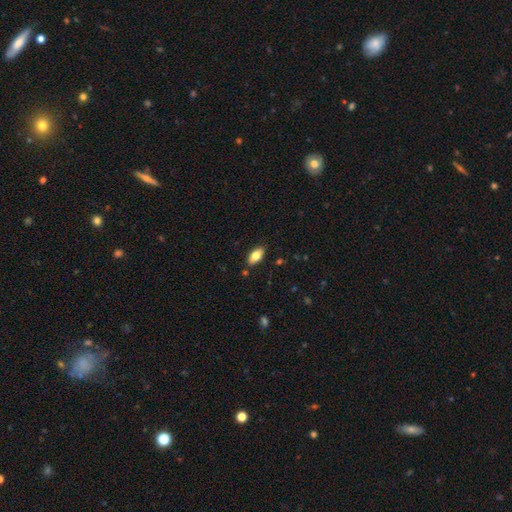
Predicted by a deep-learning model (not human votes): Smooth or featured? smooth (77%)
How rounded? in between (91%)
Merging? none (87%)